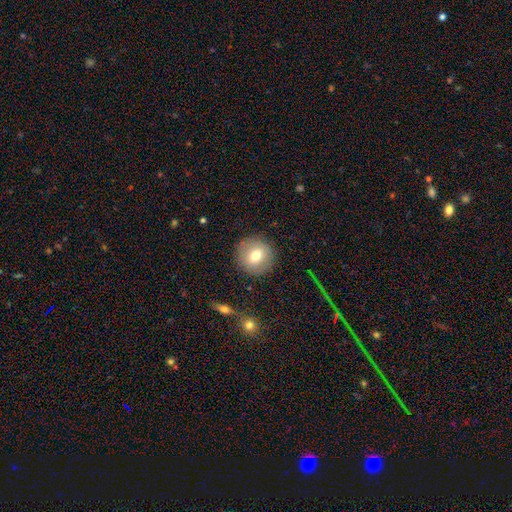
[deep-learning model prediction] A smooth galaxy with no disk features (71%) that is round (93%).

Vote fractions:
- Smooth or featured? smooth: 71% / featured or disk: 20% / star or artifact: 9%
- How rounded? round: 93% / in between: 6% / cigar-shaped: 1%
- Merging? none: 89% / minor disturbance: 7% / major disturbance: 3% / merger: 1%